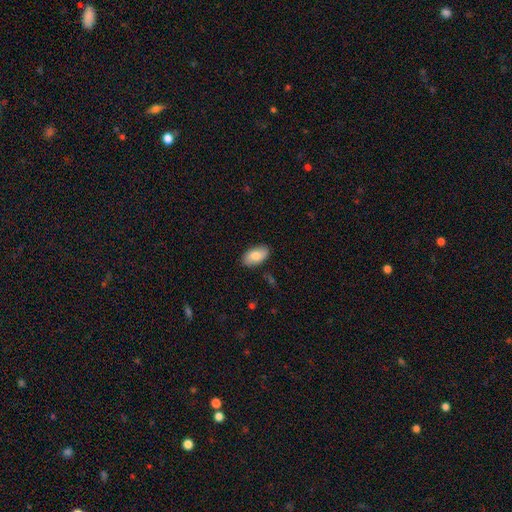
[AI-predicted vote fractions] A smooth galaxy with no disk features (79%) that is in between round and cigar-shaped (94%).

Vote fractions:
- Smooth or featured? smooth: 79% / featured or disk: 15% / star or artifact: 6%
- How rounded? in between: 94% / round: 4% / cigar-shaped: 2%
- Merging? none: 85% / minor disturbance: 11% / major disturbance: 2% / merger: 1%